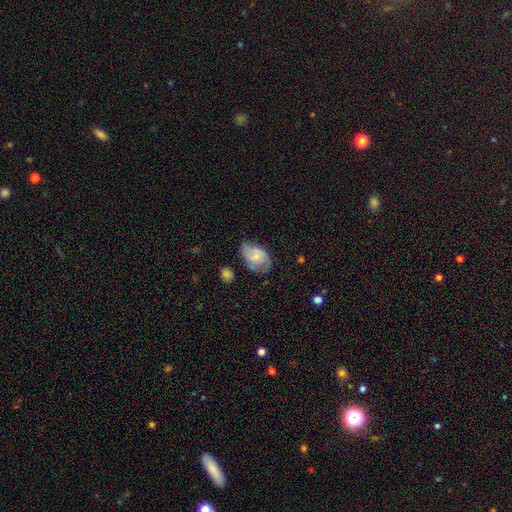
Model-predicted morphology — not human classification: type=featured or disk (48%); merging=none (54%).